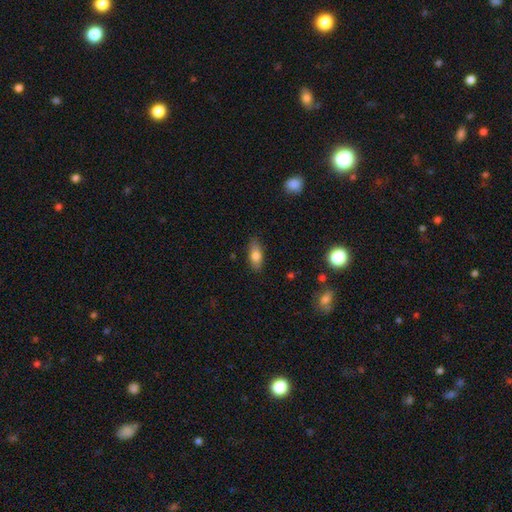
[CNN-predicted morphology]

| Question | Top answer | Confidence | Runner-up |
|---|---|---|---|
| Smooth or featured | smooth | 76% | featured or disk (16%) |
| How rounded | in between | 79% | cigar-shaped (17%) |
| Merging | none | 85% | minor disturbance (12%) |